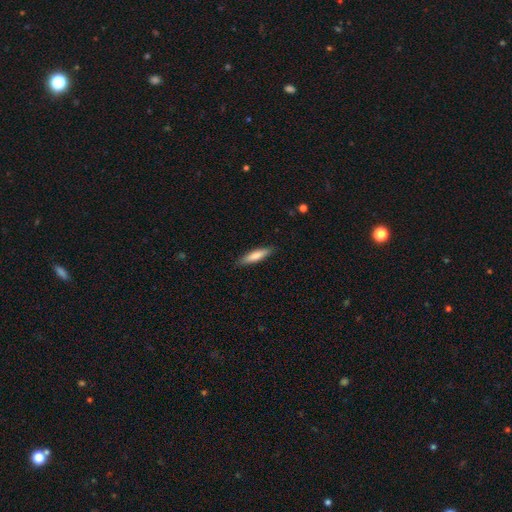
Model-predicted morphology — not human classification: type=smooth (77%); roundness=cigar-shaped (77%); merging=none (88%).